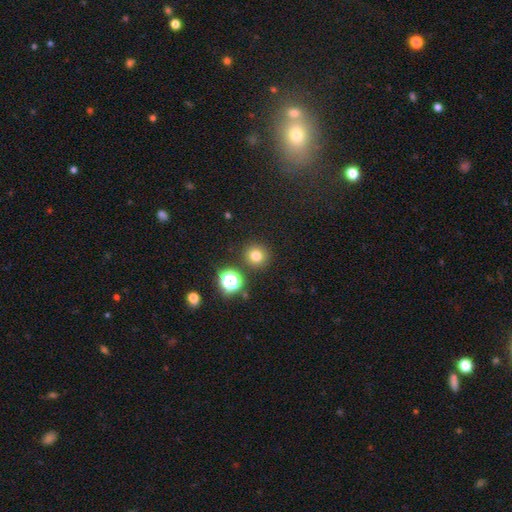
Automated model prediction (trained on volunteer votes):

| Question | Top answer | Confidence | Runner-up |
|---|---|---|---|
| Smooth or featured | smooth | 76% | star or artifact (18%) |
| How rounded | round | 93% | in between (6%) |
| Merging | none | 88% | minor disturbance (6%) |